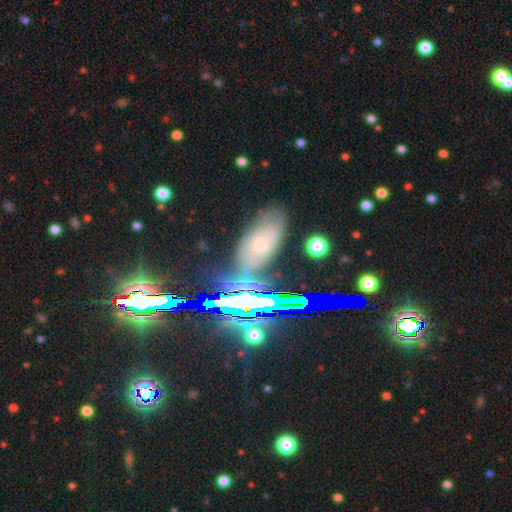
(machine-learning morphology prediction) Smooth or featured: star or artifact — 54% (featured or disk — 28%)